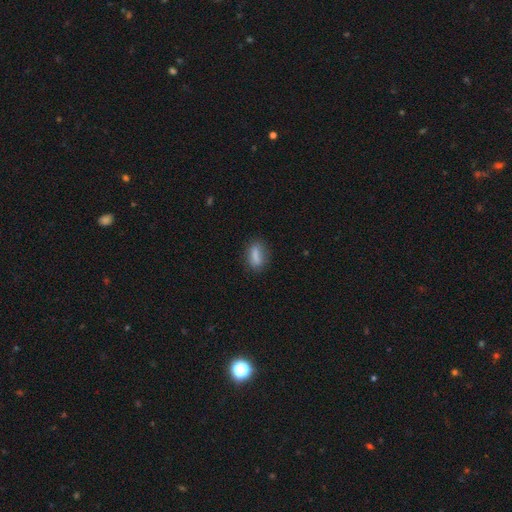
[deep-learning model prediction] smooth_or_featured: smooth (p=0.79) [alt: featured or disk p=0.12]
how_rounded: in between (p=0.67) [alt: cigar-shaped p=0.25]
merging: none (p=0.76) [alt: minor disturbance p=0.17]